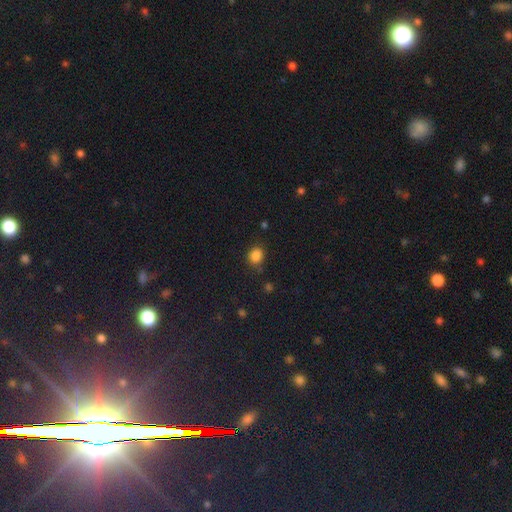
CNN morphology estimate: A smooth galaxy with no disk features (84%) that is round (67%). Merging: none (78%).